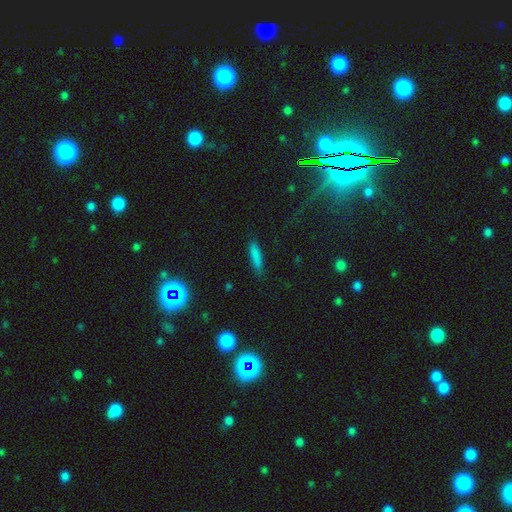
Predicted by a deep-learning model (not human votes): smooth 82%, featured or disk 9%, star or artifact 9%. Down the decision tree: how rounded — cigar-shaped (81%); merging — none (84%).